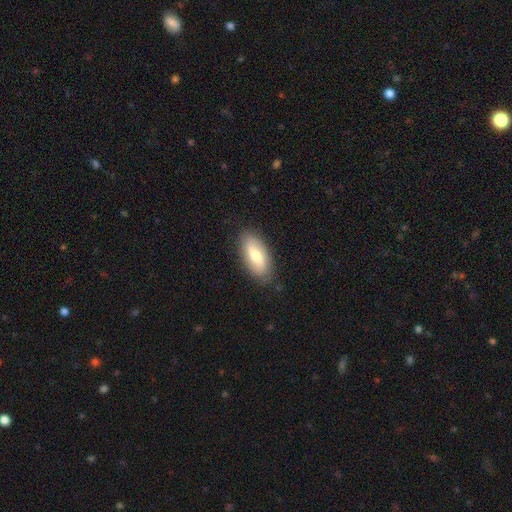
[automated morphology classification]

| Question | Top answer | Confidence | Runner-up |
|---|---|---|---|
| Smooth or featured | smooth | 62% | featured or disk (32%) |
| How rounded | in between | 88% | cigar-shaped (10%) |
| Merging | none | 85% | minor disturbance (12%) |